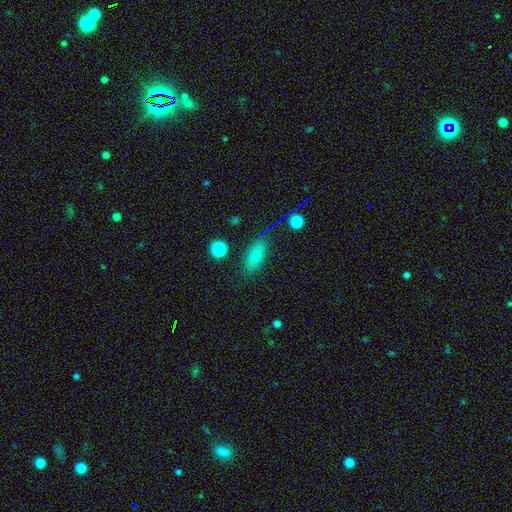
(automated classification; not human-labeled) Overall: smooth (76%). How rounded: in between (82%). Merging: none (78%).